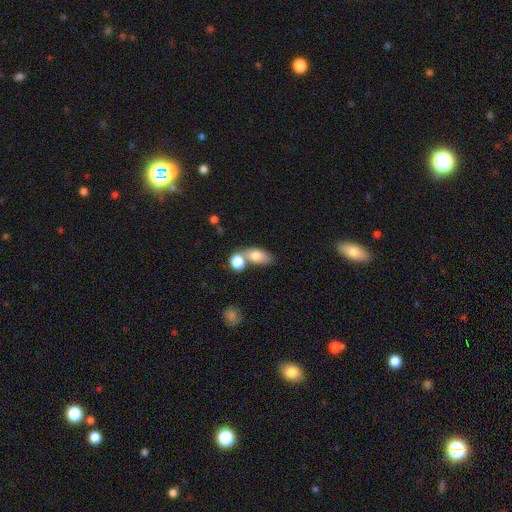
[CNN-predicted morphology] type=smooth (78%); roundness=in between (81%); merging=none (45%).